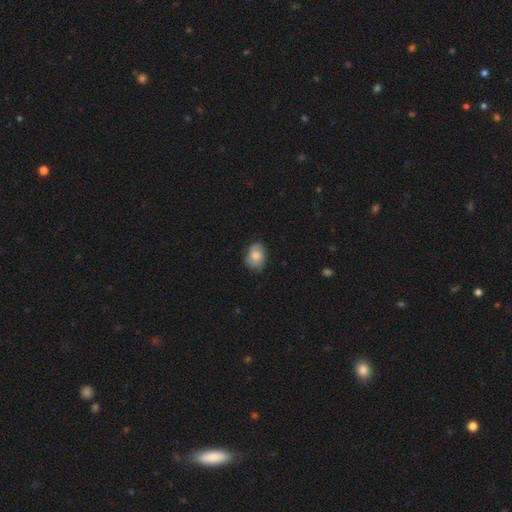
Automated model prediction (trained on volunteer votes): This is likely a smooth galaxy (79%). How rounded: likely in between (72%). Merging: likely none (74%).